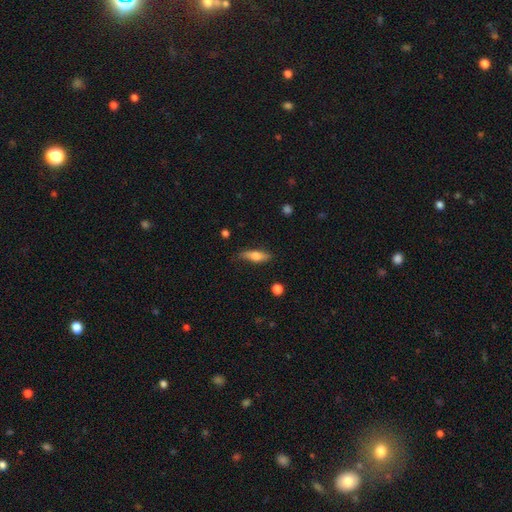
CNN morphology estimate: Smooth or featured? Predicted: smooth (p=0.66). How rounded? Predicted: cigar-shaped (p=0.51). Merging? Predicted: none (p=0.77).